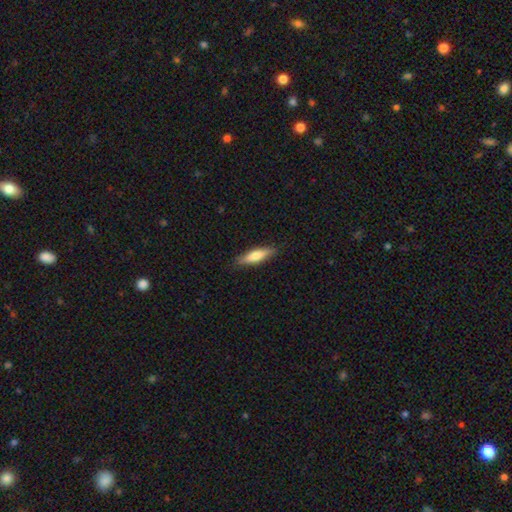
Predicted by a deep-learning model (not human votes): smooth 68%, featured or disk 26%, star or artifact 6%. Down the decision tree: how rounded — cigar-shaped (66%); merging — none (85%).